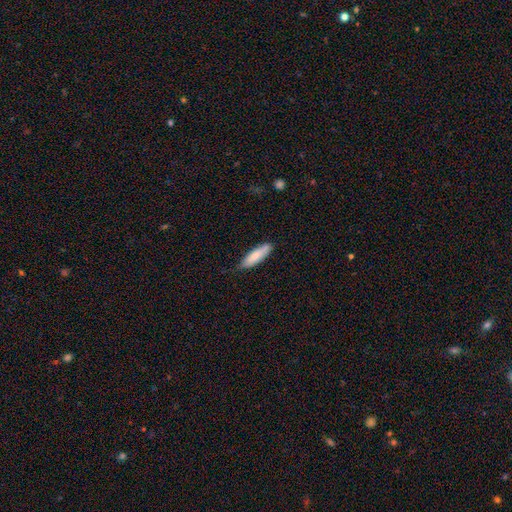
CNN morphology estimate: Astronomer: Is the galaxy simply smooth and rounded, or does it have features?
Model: smooth — 79%.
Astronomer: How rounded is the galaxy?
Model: cigar-shaped — 57% (runner-up: in between, 42%).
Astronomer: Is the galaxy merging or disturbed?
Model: none — 68%.